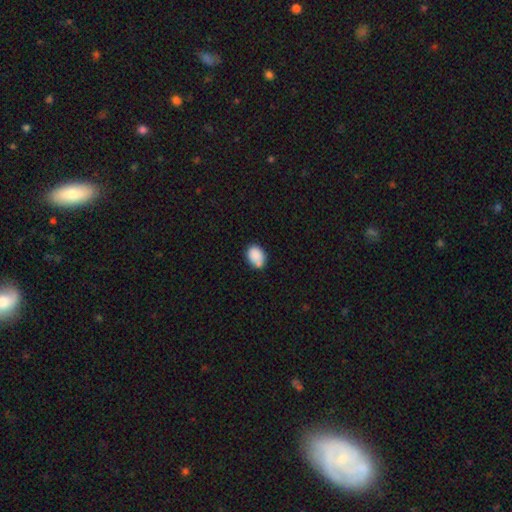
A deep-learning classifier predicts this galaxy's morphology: Overall: smooth (86%). How rounded: in between (67%; round 32%). Merging: none (63%).